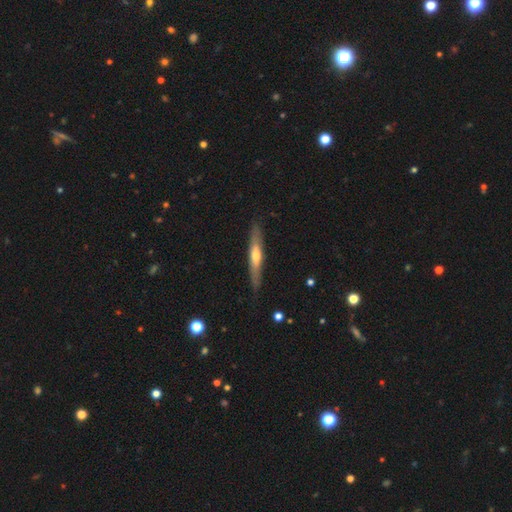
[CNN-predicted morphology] smooth_or_featured: featured or disk (p=0.54) [alt: smooth p=0.41]
disk_edge_on: yes (p=0.87) [alt: no p=0.13]
merging: none (p=0.86) [alt: minor disturbance p=0.11]